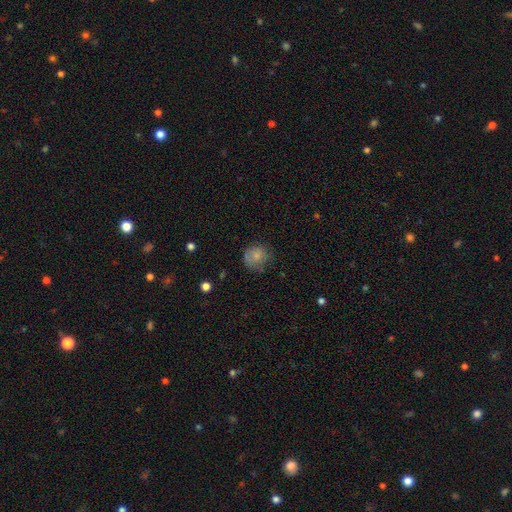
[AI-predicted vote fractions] smooth-or-featured: smooth: 75% | featured or disk: 15% | star or artifact: 10%
  how-rounded: round: 80% | in between: 20% | cigar-shaped: 1%
  merging: none: 59% | minor disturbance: 26% | major disturbance: 12% | merger: 2%